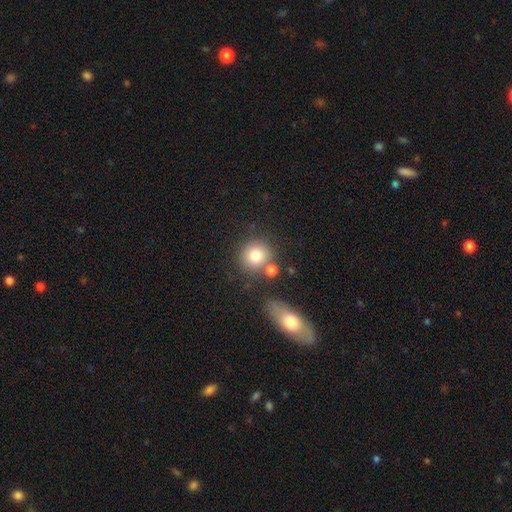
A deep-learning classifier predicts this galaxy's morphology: A smooth galaxy with no disk features (79%) that is round (87%). Merging: none (67%).